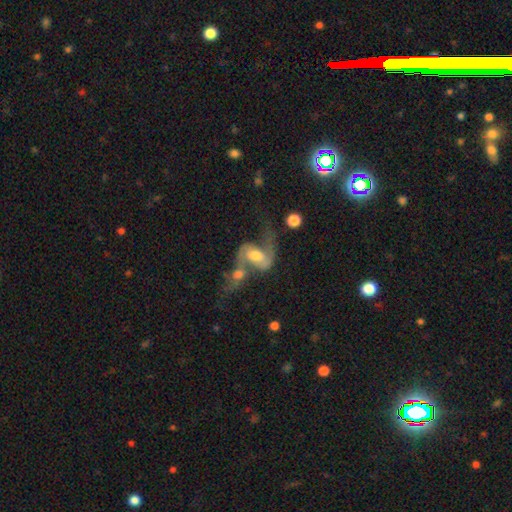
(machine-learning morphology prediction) The model was most divided on "bulge size": moderate: 48%, small: 28%, large: 10%, none: 10%, dominant: 4%. More confident: edge-on disk — no (90%); spiral arms — yes (68%); smooth or featured — featured or disk (58%); bar — no (57%); merging — merger (53%).